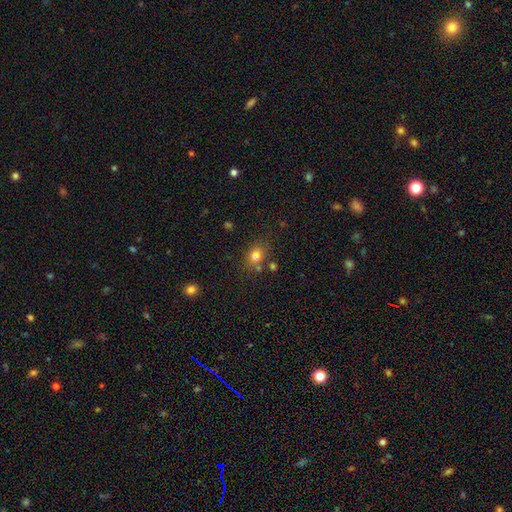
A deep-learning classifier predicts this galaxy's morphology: This appears to be a smooth galaxy with no disk features (75%) that is in between round and cigar-shaped (50%). Merging: none (70%).